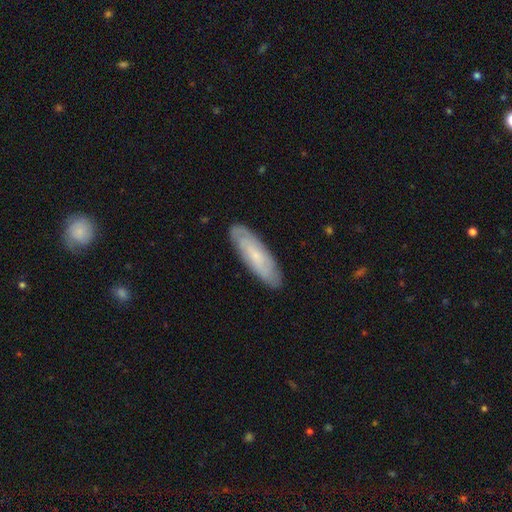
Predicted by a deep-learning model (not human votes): smooth_or_featured: featured or disk (p=0.47) [alt: smooth p=0.46]
merging: none (p=0.85) [alt: minor disturbance p=0.12]